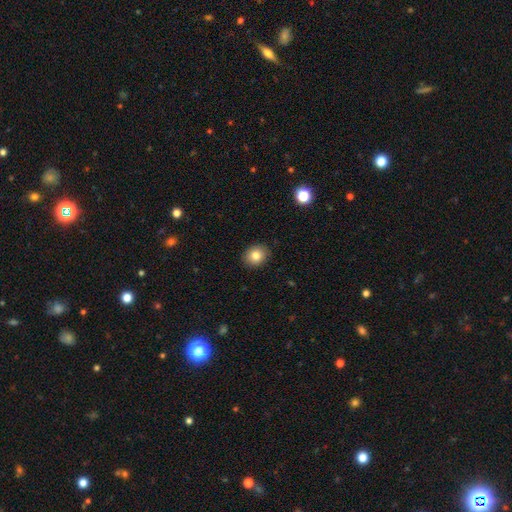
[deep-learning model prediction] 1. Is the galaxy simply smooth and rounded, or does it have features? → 82% smooth, 10% star or artifact, 9% featured or disk.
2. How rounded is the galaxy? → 65% round, 34% in between, 1% cigar-shaped.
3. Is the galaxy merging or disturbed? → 90% none, 8% minor disturbance, 2% major disturbance, 1% merger.